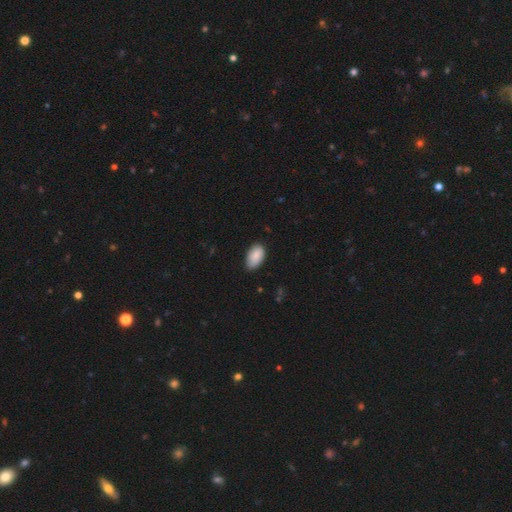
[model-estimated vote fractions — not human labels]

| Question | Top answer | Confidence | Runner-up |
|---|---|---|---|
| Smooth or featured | smooth | 87% | star or artifact (7%) |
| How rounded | in between | 94% | round (4%) |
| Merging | none | 72% | minor disturbance (24%) |